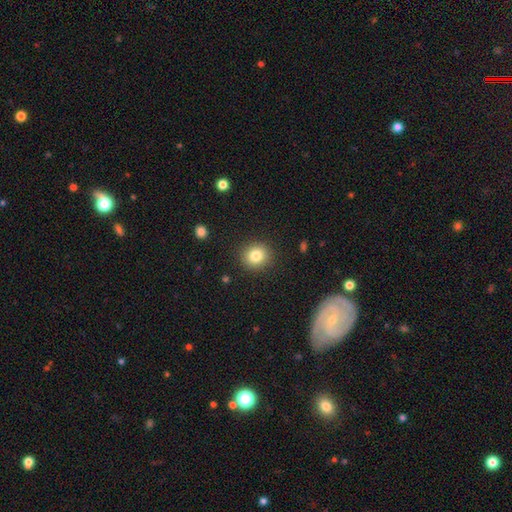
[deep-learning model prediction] This appears to be a smooth galaxy with no disk features (82%) that is round (85%). Merging: none (90%).